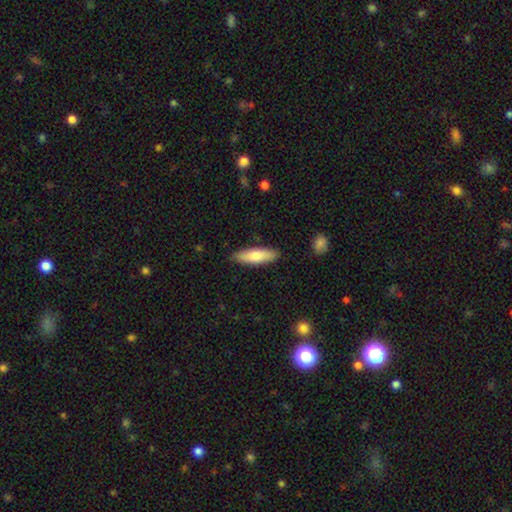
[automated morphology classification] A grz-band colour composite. It shows a smooth galaxy with no disk features (73%) that is cigar-shaped (50%). Merging: none (87%).